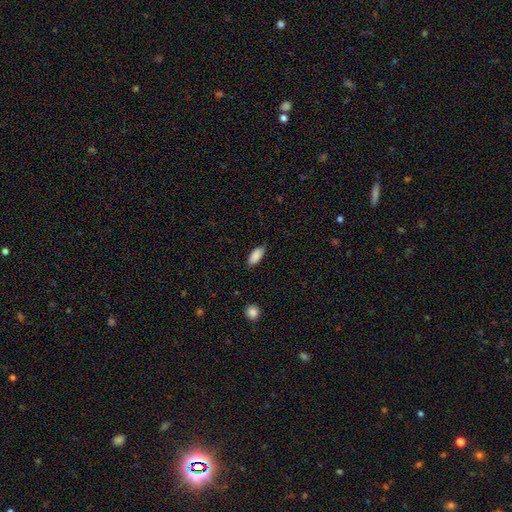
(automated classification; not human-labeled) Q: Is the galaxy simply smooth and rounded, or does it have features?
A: smooth — 87%.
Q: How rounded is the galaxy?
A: in between — 85%.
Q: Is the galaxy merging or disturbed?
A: none — 79%.